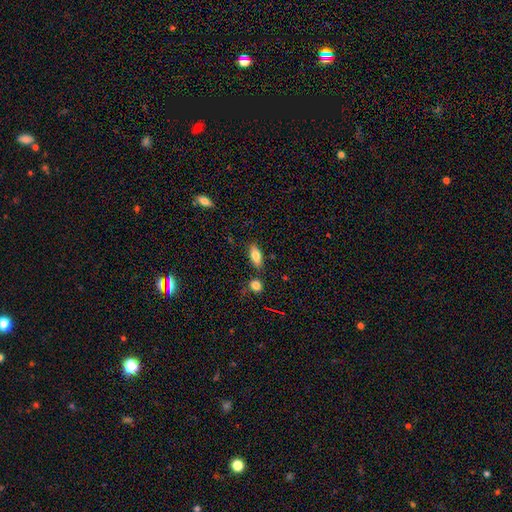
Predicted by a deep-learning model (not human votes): Overall: smooth (80%). How rounded: in between (83%). Merging: none (80%).